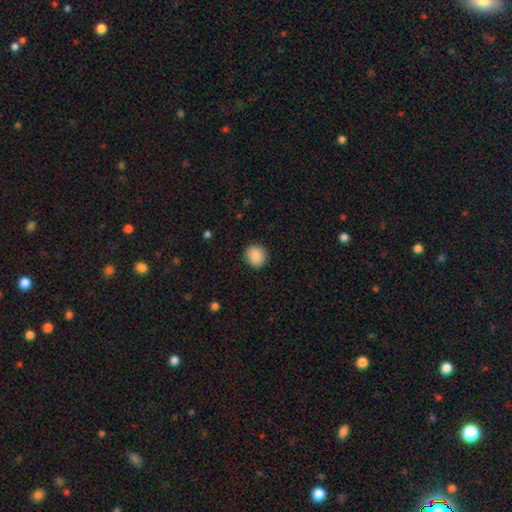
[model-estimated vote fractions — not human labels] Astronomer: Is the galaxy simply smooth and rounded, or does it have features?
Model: smooth — 88%.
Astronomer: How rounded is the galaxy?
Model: round — 83%.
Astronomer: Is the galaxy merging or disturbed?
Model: none — 89%.